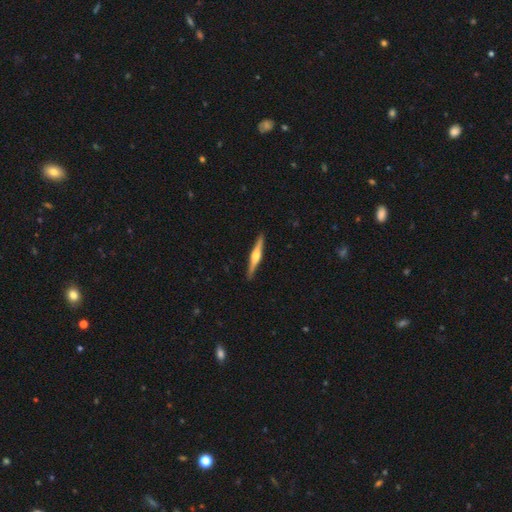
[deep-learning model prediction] Q: Smooth or featured?
A: featured or disk (73%); runner-up: smooth (22%)
Q: Edge-on disk?
A: yes (98%); runner-up: no (2%)
Q: Edge-on bulge?
A: rounded (89%); runner-up: boxy (7%)
Q: Merging?
A: none (91%); runner-up: minor disturbance (7%)